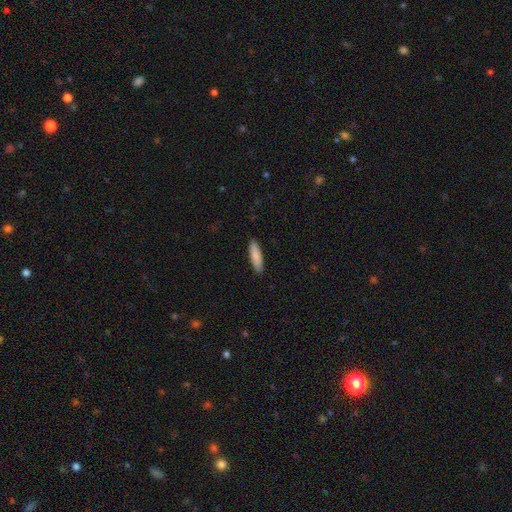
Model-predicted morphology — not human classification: Smooth or featured?
  - smooth: 86% *
  - featured or disk: 9%
  - star or artifact: 6%
How rounded?
  - cigar-shaped: 66% *
  - in between: 33%
  - round: 1%
Merging?
  - none: 90% *
  - minor disturbance: 7%
  - major disturbance: 2%
  - merger: 1%